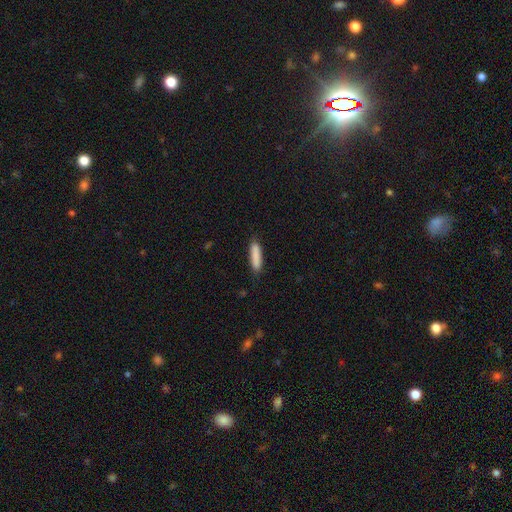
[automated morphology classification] This appears to be a smooth galaxy with no disk features (88%) that is cigar-shaped (76%). Merging: none (85%).